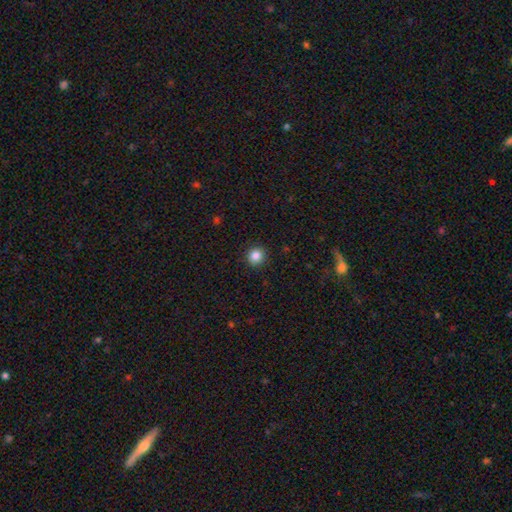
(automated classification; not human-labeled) The model was most divided on "smooth or featured": smooth: 85%, star or artifact: 10%, featured or disk: 4%. More confident: merging — none (92%); how rounded — round (91%).